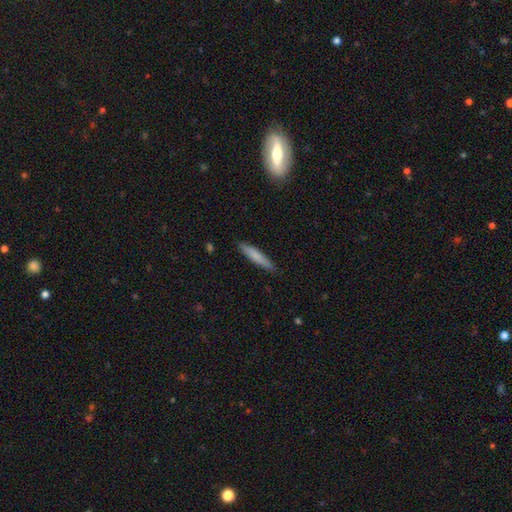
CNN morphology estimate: type=smooth (77%); roundness=cigar-shaped (91%); merging=none (88%).